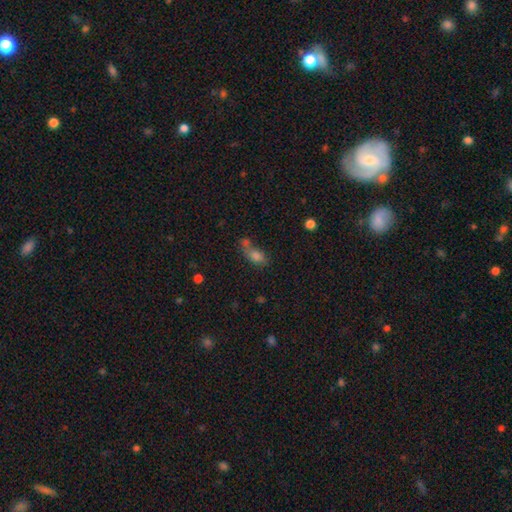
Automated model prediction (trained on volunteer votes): This appears to be a smooth galaxy with no disk features (74%) that is in between round and cigar-shaped (77%). Merging: merger (42%).